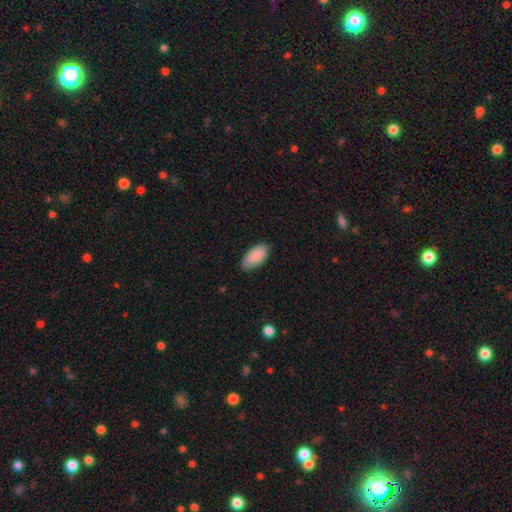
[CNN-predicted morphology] The model was most divided on "merging": none: 82%, minor disturbance: 15%, major disturbance: 2%, merger: 1%. More confident: how rounded — in between (94%); smooth or featured — smooth (89%).